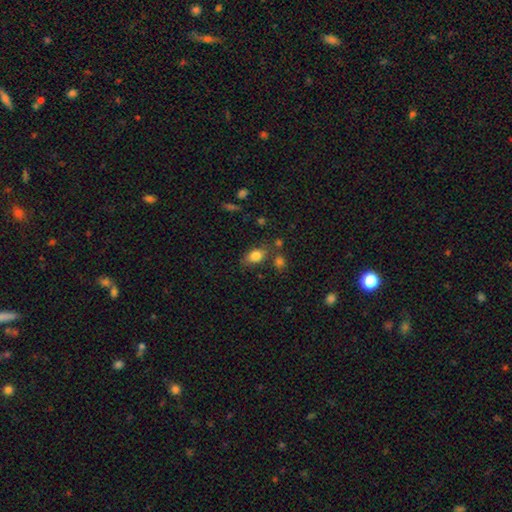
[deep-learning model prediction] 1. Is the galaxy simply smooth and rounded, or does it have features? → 82% smooth, 9% star or artifact, 8% featured or disk.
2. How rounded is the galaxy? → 84% in between, 13% round, 3% cigar-shaped.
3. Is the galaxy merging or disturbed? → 69% none, 16% minor disturbance, 10% merger, 5% major disturbance.